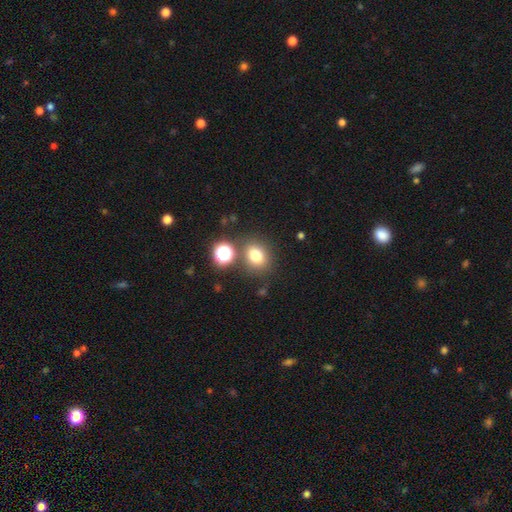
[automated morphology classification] Overall: smooth (76%). How rounded: round (53%; in between 46%). Merging: none (74%).